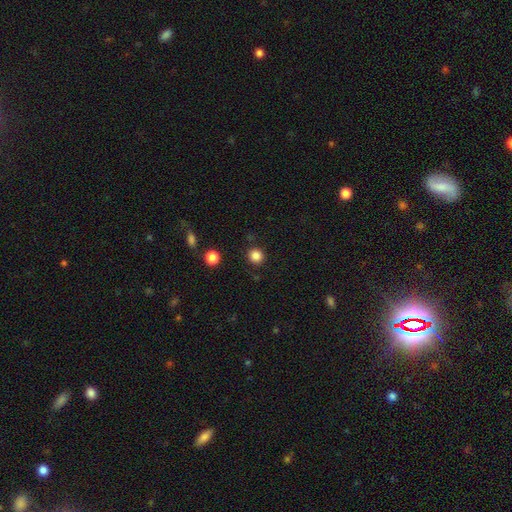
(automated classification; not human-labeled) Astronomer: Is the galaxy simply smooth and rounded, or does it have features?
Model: smooth — 85%.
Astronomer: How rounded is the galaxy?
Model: round — 93%.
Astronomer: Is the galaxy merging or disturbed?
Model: none — 90%.